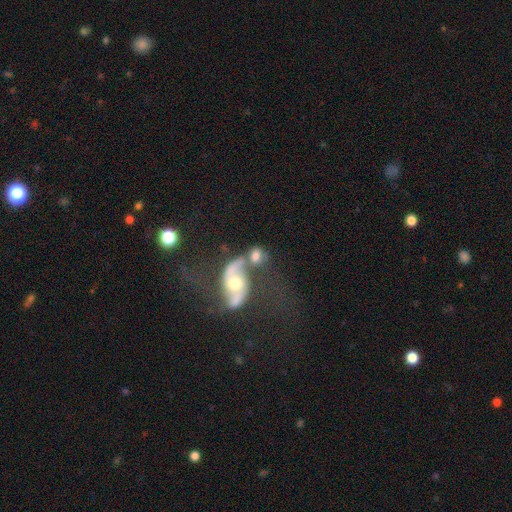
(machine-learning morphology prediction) smooth 48%, featured or disk 41%, star or artifact 10%. Down the decision tree: merging — merger (44%).